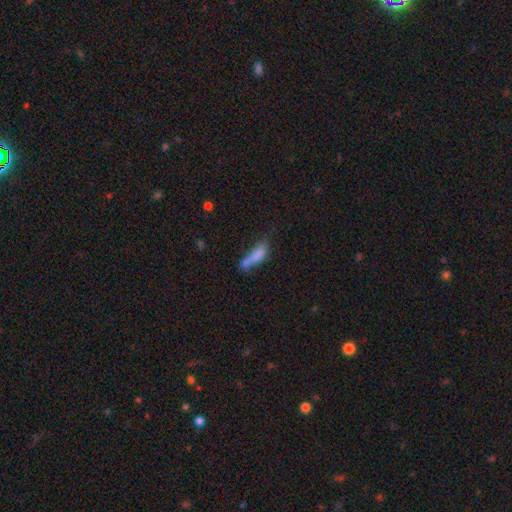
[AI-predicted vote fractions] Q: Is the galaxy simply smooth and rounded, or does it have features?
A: smooth — 73%.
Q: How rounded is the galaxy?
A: cigar-shaped — 49%.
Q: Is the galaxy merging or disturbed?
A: none — 31%.